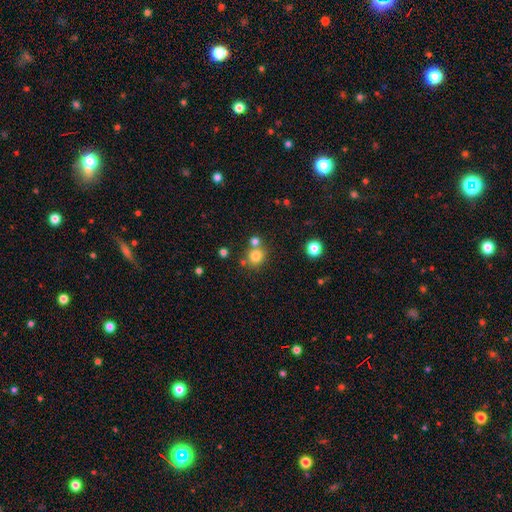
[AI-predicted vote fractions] This appears to be a smooth galaxy with no disk features (78%) that is round (84%). Merging: none (65%).